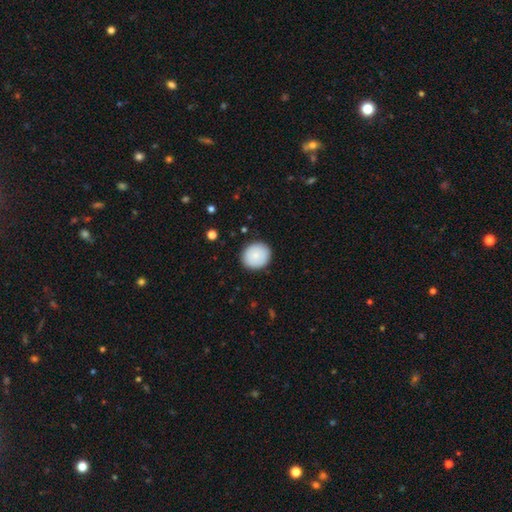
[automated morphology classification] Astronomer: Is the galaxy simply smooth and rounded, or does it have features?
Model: smooth — 79%.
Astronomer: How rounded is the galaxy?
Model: round — 86%.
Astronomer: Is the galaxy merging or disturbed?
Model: none — 89%.